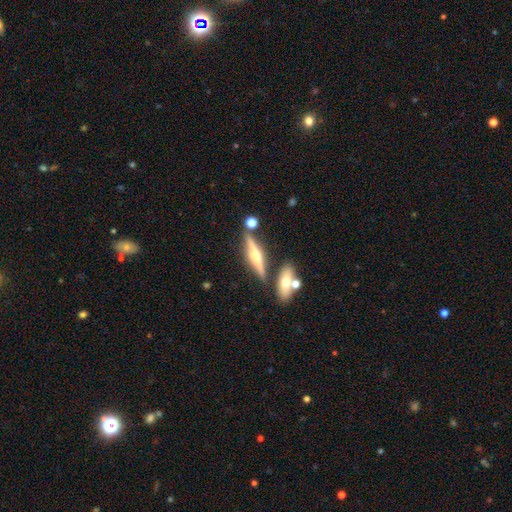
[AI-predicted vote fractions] A featured or disk galaxy (69%) viewed edge-on (96%) with a rounded central bulge (87%). Merging: none (77%).